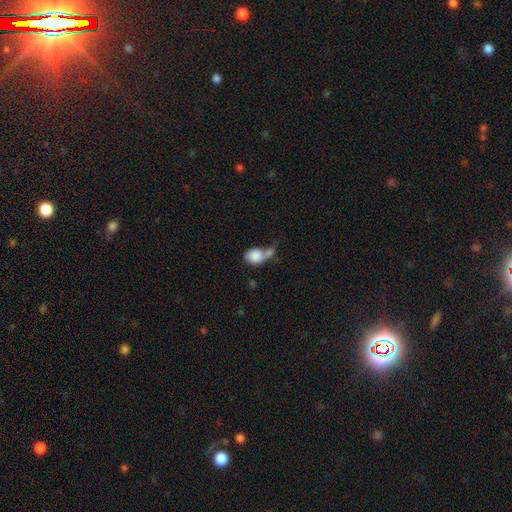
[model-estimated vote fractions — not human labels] Smooth or featured? smooth (84%)
How rounded? round (50%)
Merging? merger (50%)